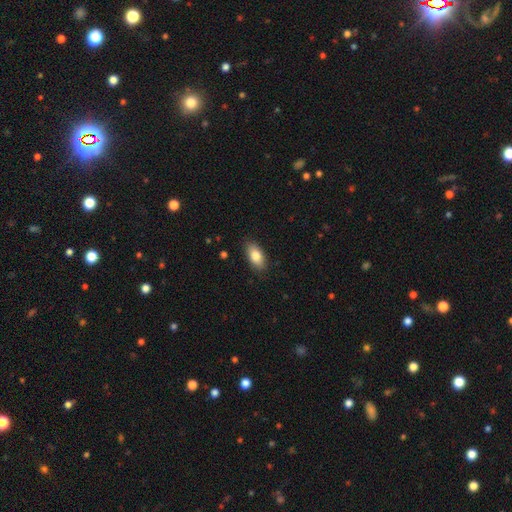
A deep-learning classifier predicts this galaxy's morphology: Q: Smooth or featured?
A: smooth (82%); runner-up: featured or disk (11%)
Q: How rounded?
A: in between (90%); runner-up: cigar-shaped (6%)
Q: Merging?
A: none (87%); runner-up: minor disturbance (10%)